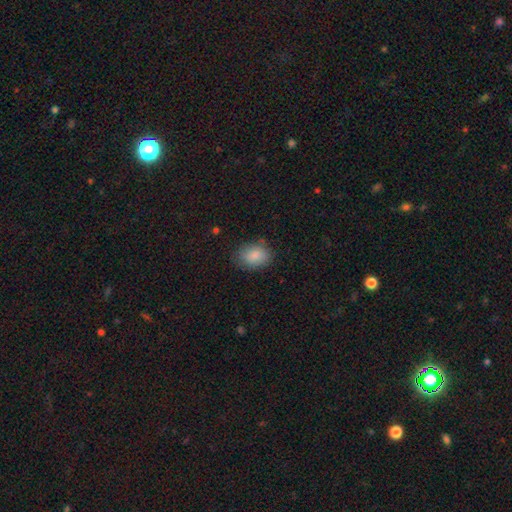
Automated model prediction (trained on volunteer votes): Overall: smooth (87%). How rounded: in between (76%). Merging: none (78%).